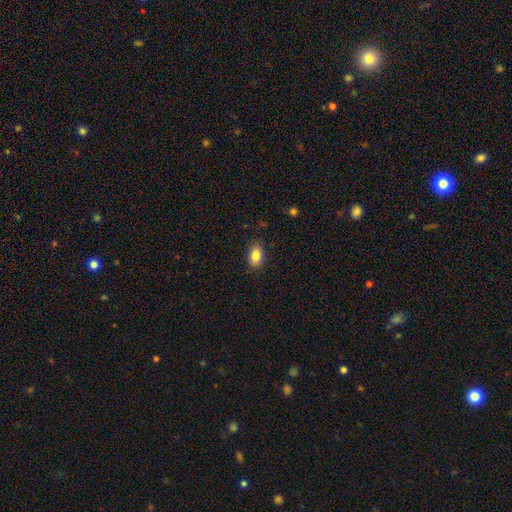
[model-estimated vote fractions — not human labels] Smooth or featured? Predicted: smooth (p=0.84). How rounded? Predicted: in between (p=0.89). Merging? Predicted: none (p=0.86).